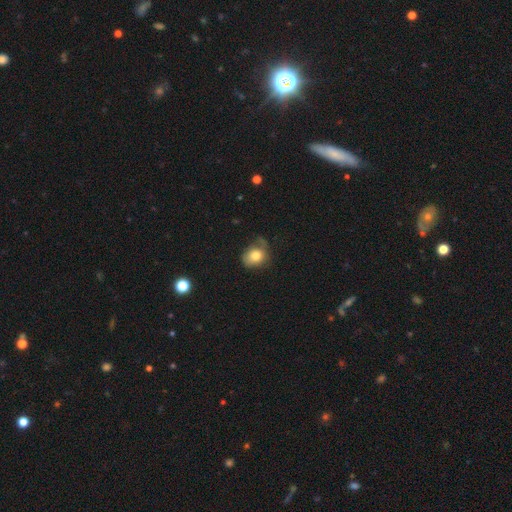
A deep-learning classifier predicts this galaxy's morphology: Smooth or featured? Predicted: smooth (p=0.78). How rounded? Predicted: round (p=0.54). Merging? Predicted: none (p=0.50).